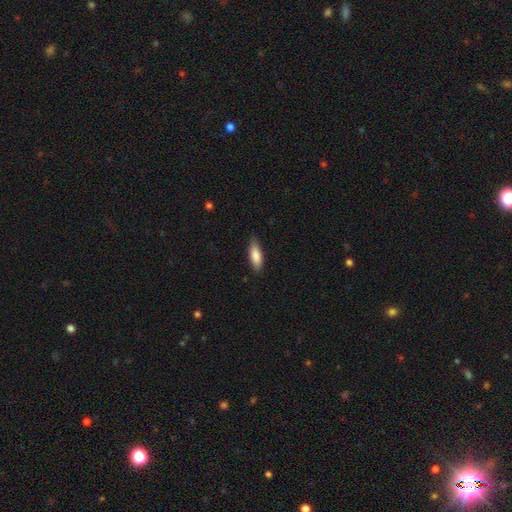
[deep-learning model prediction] A smooth galaxy with no disk features (84%) that is in between round and cigar-shaped (60%). Merging: none (80%).